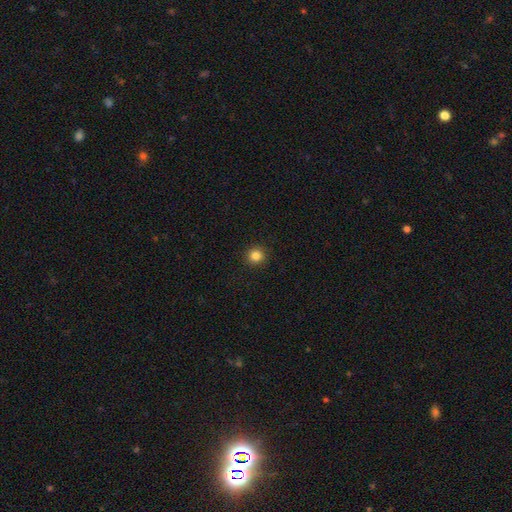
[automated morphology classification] smooth 84%, star or artifact 12%, featured or disk 4%. Down the decision tree: how rounded — round (94%); merging — none (92%).